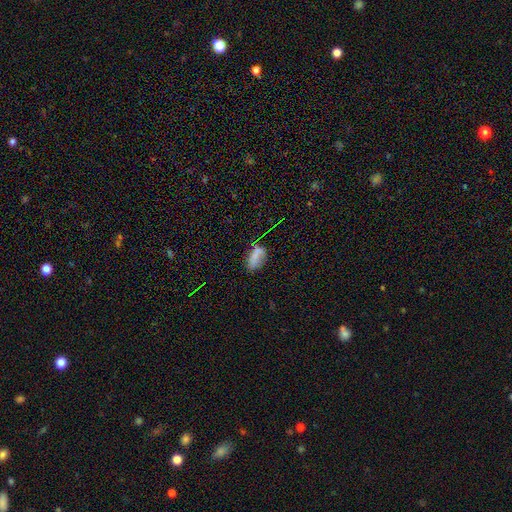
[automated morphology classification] The model was most divided on "merging": none: 57%, minor disturbance: 26%, major disturbance: 11%, merger: 6%. More confident: how rounded — in between (89%); smooth or featured — smooth (68%).